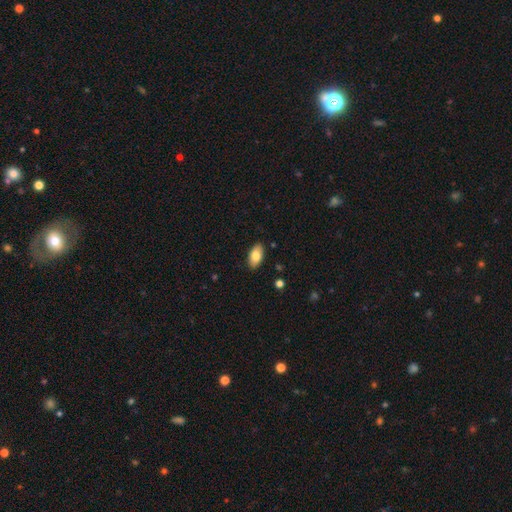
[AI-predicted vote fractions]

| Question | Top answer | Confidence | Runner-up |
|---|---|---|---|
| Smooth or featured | smooth | 82% | featured or disk (12%) |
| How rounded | in between | 93% | cigar-shaped (4%) |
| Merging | none | 88% | minor disturbance (9%) |